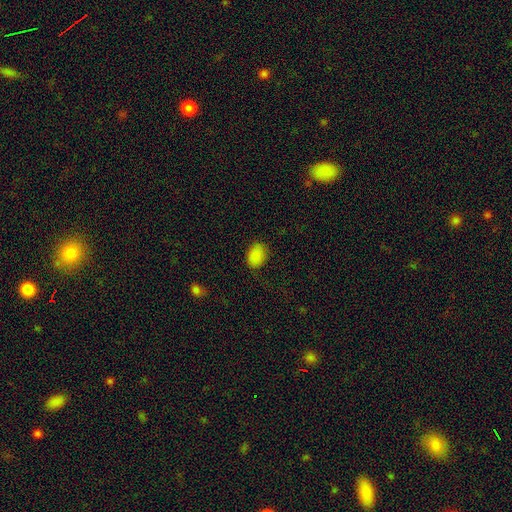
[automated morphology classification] type=smooth (86%); roundness=in between (67%); merging=none (79%).